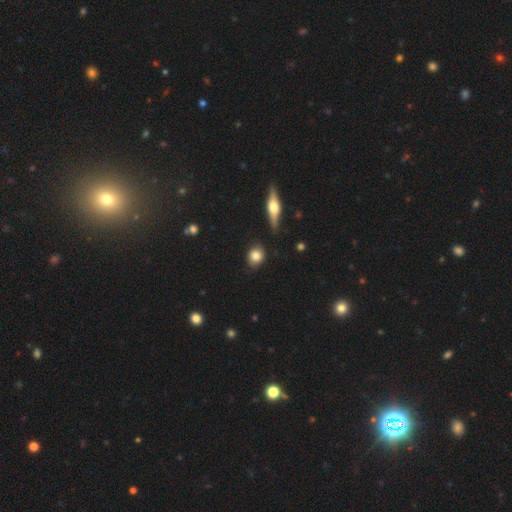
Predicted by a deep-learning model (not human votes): A smooth galaxy with no disk features (81%) that is round (67%).

Vote fractions:
- Smooth or featured? smooth: 81% / featured or disk: 11% / star or artifact: 8%
- How rounded? round: 67% / in between: 31% / cigar-shaped: 2%
- Merging? none: 83% / minor disturbance: 12% / major disturbance: 3% / merger: 2%